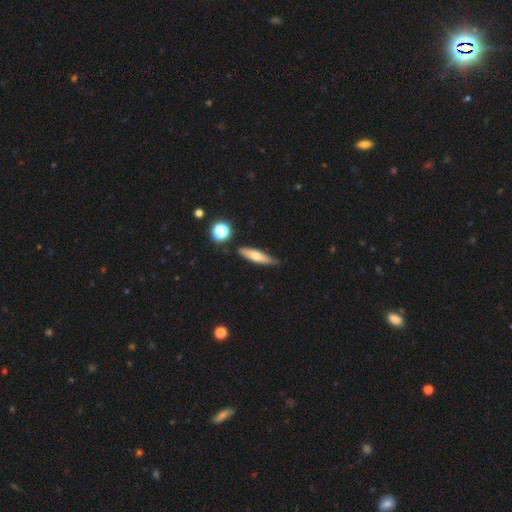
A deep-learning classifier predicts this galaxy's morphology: Q: Smooth or featured?
A: smooth (61%); runner-up: featured or disk (31%)
Q: How rounded?
A: cigar-shaped (71%); runner-up: in between (26%)
Q: Merging?
A: none (75%); runner-up: minor disturbance (19%)